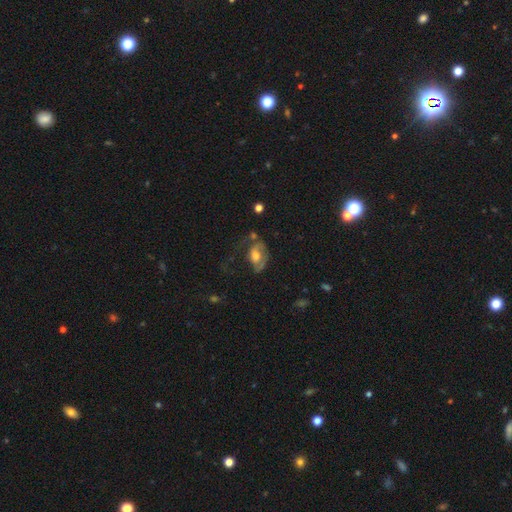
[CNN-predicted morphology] A featured or disk galaxy (54%) with no bar (68%), spiral arms (57%) and a moderate central bulge (53%). Merging: major disturbance (40%).